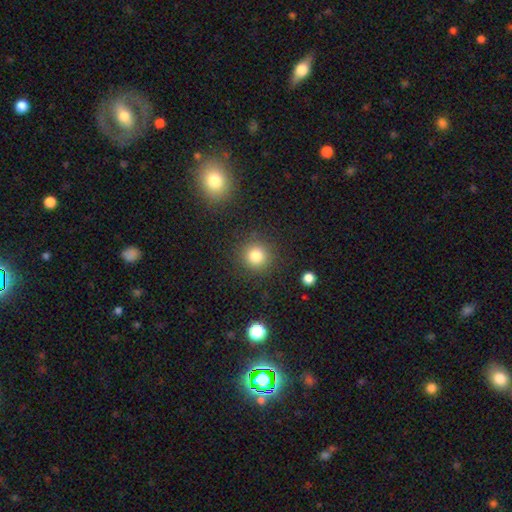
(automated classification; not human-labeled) A smooth galaxy with no disk features (81%) that is round (92%).

Vote fractions:
- Smooth or featured? smooth: 81% / star or artifact: 12% / featured or disk: 6%
- How rounded? round: 92% / in between: 7% / cigar-shaped: 1%
- Merging? none: 88% / minor disturbance: 7% / major disturbance: 3% / merger: 2%